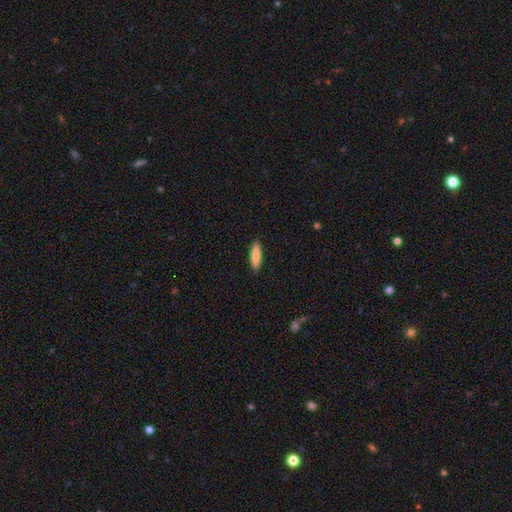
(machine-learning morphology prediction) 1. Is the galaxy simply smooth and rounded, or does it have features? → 81% smooth, 14% featured or disk, 6% star or artifact.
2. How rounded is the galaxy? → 74% cigar-shaped, 25% in between, 2% round.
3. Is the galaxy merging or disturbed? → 89% none, 8% minor disturbance, 2% major disturbance, 1% merger.